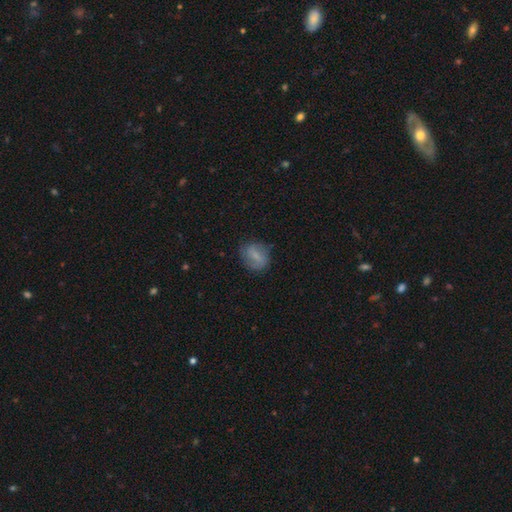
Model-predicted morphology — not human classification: smooth-or-featured: smooth: 61% | featured or disk: 30% | star or artifact: 8%
  how-rounded: round: 56% | in between: 42% | cigar-shaped: 2%
  merging: none: 71% | minor disturbance: 20% | major disturbance: 7% | merger: 2%